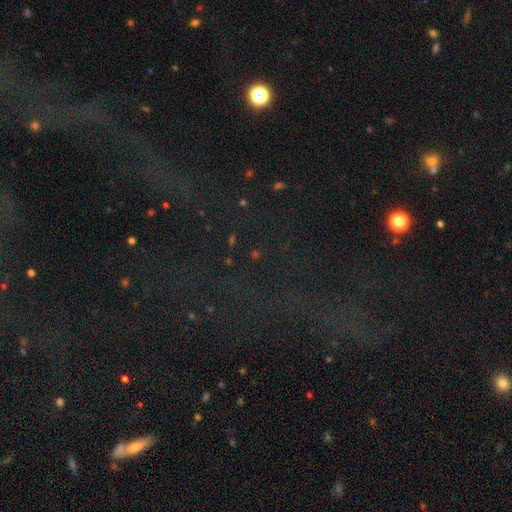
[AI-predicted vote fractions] This is likely a star or artifact rather than a galaxy (68%).